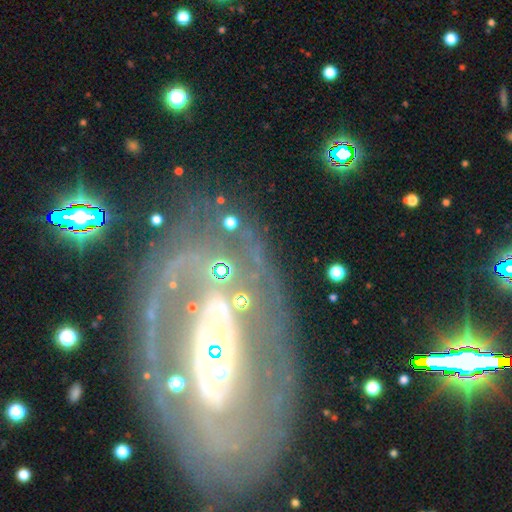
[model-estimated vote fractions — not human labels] A featured or disk galaxy (80%) with no bar (54%), 2 (51%) tight (46%) spiral arms (76%) and a small central bulge (46%). Merging: none (63%).